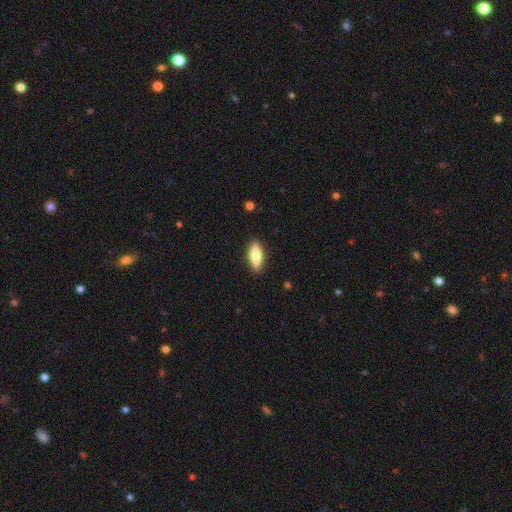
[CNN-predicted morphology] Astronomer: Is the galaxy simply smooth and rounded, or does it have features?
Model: smooth — 72%.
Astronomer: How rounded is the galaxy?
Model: in between — 60% (runner-up: cigar-shaped, 38%).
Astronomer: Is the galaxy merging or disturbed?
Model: none — 89%.